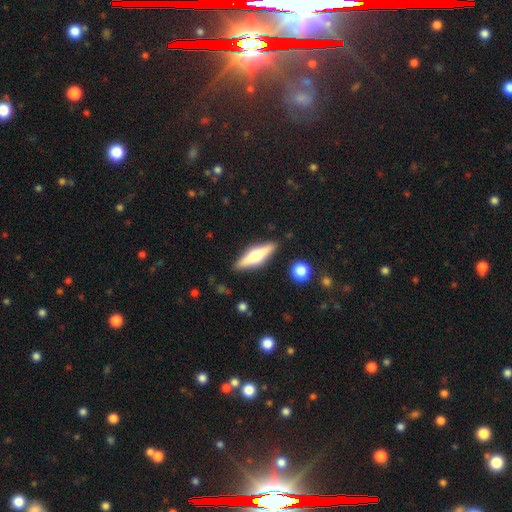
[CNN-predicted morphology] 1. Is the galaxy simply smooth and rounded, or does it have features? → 56% featured or disk, 38% smooth, 6% star or artifact.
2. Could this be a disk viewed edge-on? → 95% yes, 5% no.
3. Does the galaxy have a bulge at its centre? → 90% rounded, 6% boxy, 3% none.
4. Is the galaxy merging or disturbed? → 87% none, 9% minor disturbance, 2% major disturbance, 2% merger.